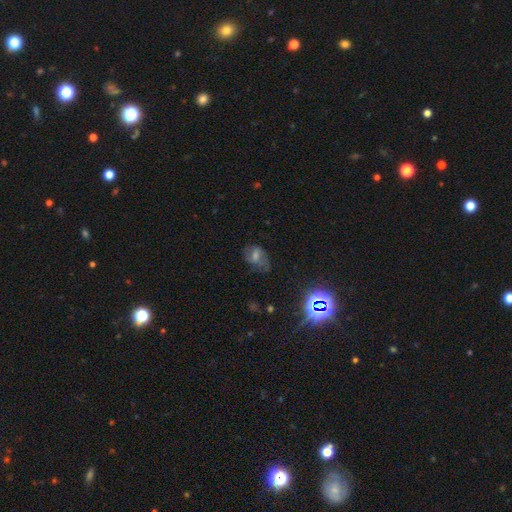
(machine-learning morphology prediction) Smooth or featured: smooth — 36% (featured or disk — 34%)
Merging: none — 54% (minor disturbance — 27%)